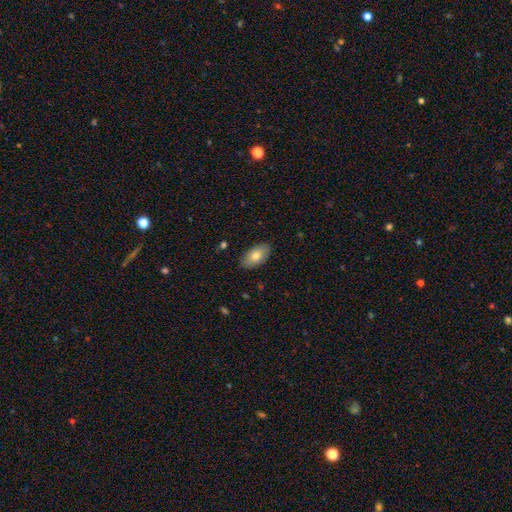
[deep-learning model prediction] Smooth or featured? smooth (78%)
How rounded? in between (94%)
Merging? none (86%)